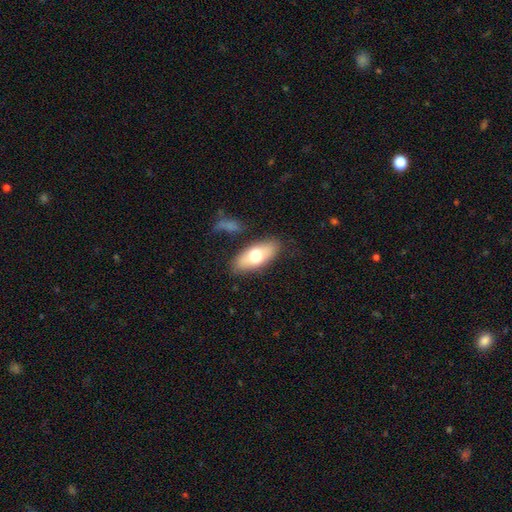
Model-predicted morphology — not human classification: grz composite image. It shows a smooth galaxy with no disk features (66%) that is in between round and cigar-shaped (83%). Merging: none (82%).